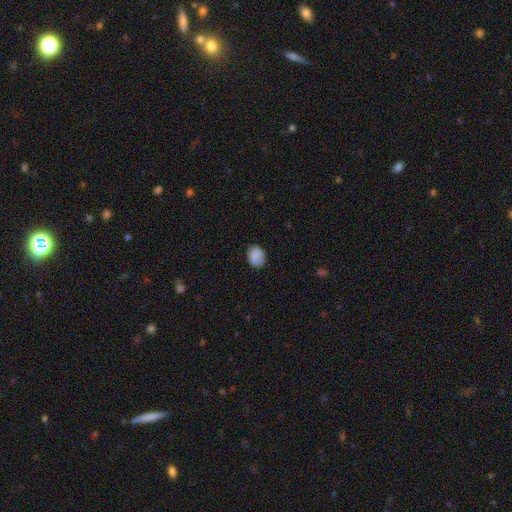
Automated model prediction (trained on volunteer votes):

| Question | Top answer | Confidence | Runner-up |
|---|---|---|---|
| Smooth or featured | smooth | 83% | featured or disk (9%) |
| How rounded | in between | 55% | round (44%) |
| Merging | none | 79% | minor disturbance (16%) |